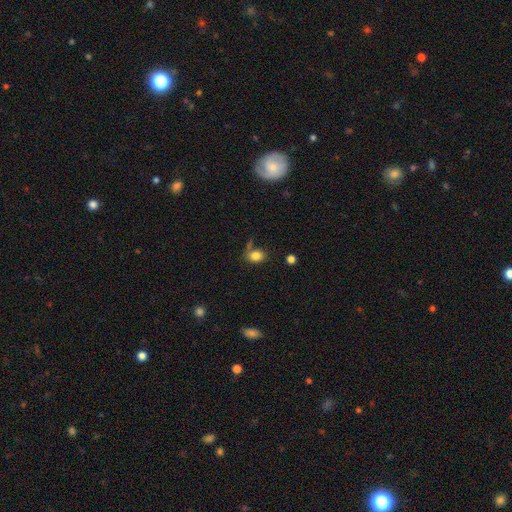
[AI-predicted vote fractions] Smooth or featured? Predicted: smooth (p=0.80). How rounded? Predicted: in between (p=0.67). Merging? Predicted: none (p=0.58).